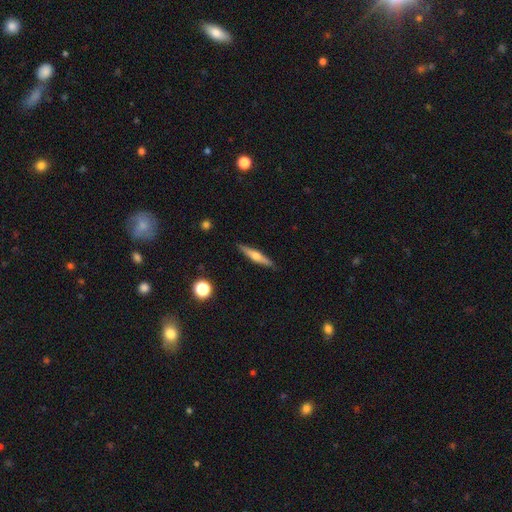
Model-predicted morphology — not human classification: Overall: featured or disk (55%; smooth 38%). Edge-on disk: yes (96%). Edge-on bulge: rounded (89%). Merging: none (90%).